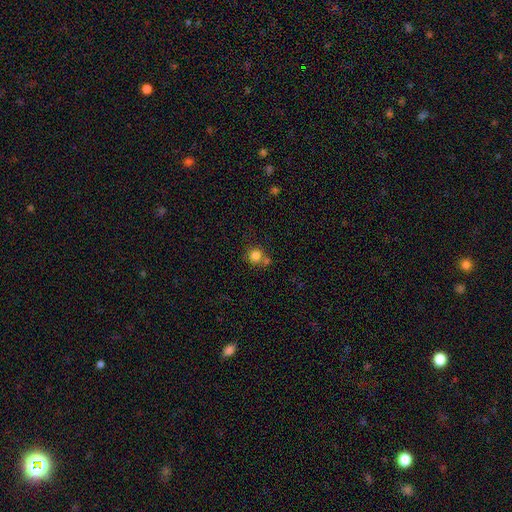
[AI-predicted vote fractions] Q: Smooth or featured?
A: smooth (82%); runner-up: star or artifact (11%)
Q: How rounded?
A: round (90%); runner-up: in between (9%)
Q: Merging?
A: none (59%); runner-up: merger (27%)